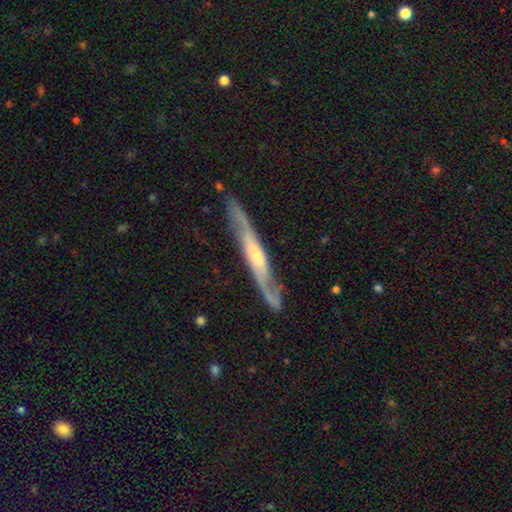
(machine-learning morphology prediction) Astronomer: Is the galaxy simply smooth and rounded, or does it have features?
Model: featured or disk — 79%.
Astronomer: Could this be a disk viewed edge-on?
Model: yes — 57% (runner-up: no, 43%).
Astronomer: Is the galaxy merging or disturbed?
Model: none — 78%.